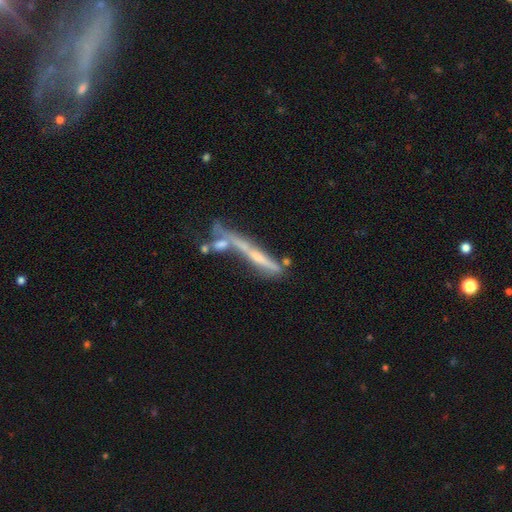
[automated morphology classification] The model was most divided on "merging": none: 35%, merger: 33%, minor disturbance: 17%, major disturbance: 14%. More confident: edge-on disk — yes (82%); smooth or featured — featured or disk (63%); edge-on bulge — none (59%).